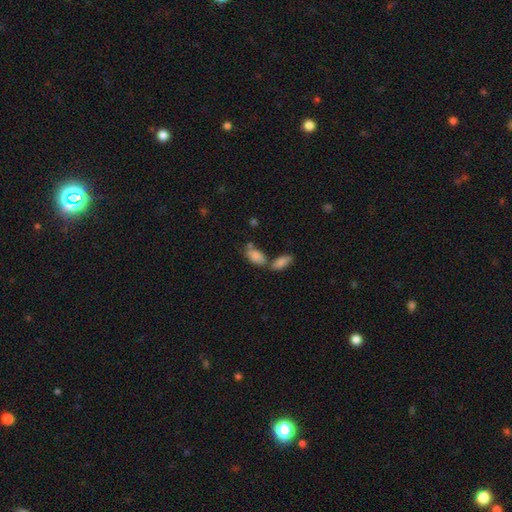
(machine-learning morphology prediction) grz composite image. It shows a smooth galaxy with no disk features (83%) that is in between round and cigar-shaped (91%). Merging: none (43%).